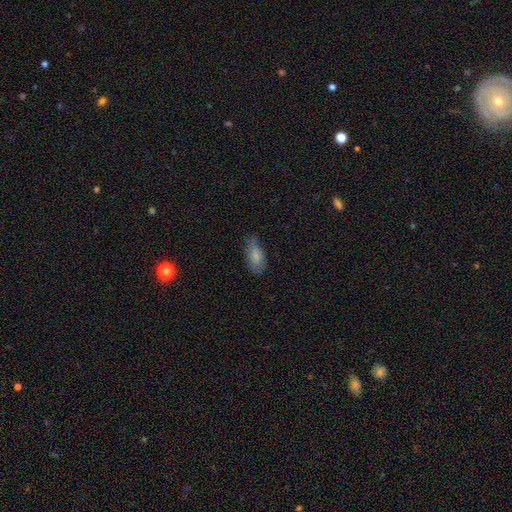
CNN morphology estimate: This is likely a smooth galaxy (78%). How rounded: clearly in between (92%). Merging: possibly none (58%).